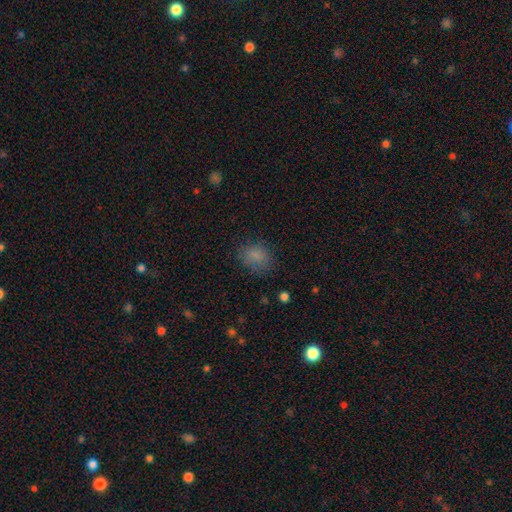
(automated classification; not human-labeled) A smooth galaxy with no disk features (79%) that is in between round and cigar-shaped (51%). Merging: none (72%).